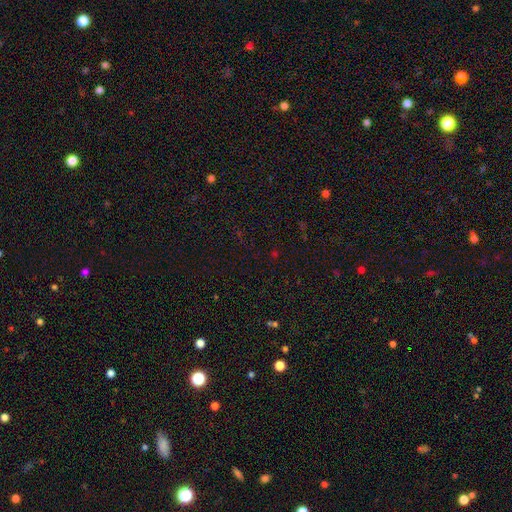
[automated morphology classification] A star or artifact, not a galaxy (65%).